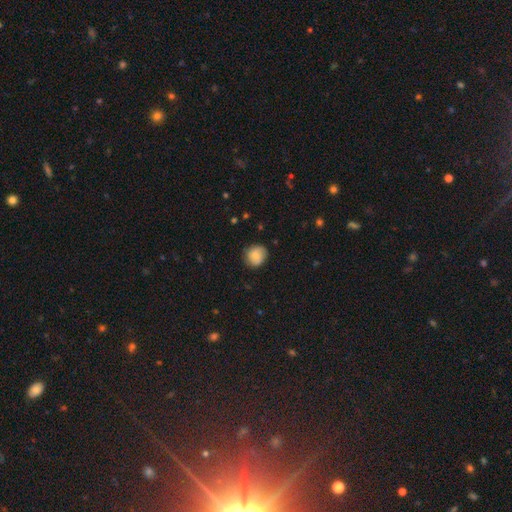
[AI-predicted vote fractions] Smooth or featured: smooth — 76% (featured or disk — 16%)
How rounded: round — 79% (in between — 20%)
Merging: none — 75% (minor disturbance — 20%)